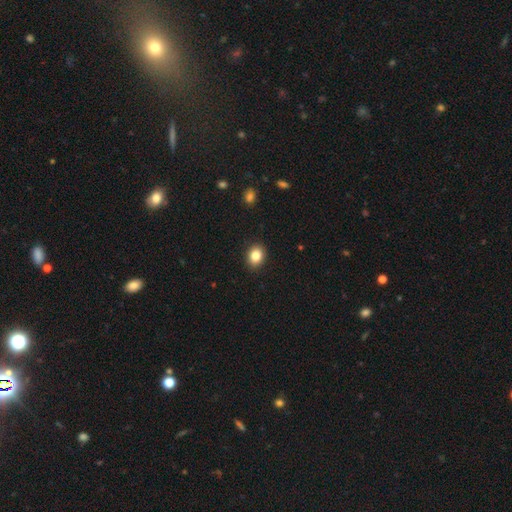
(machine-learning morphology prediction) This appears to be a smooth galaxy with no disk features (85%) that is round (50%). Merging: none (90%).